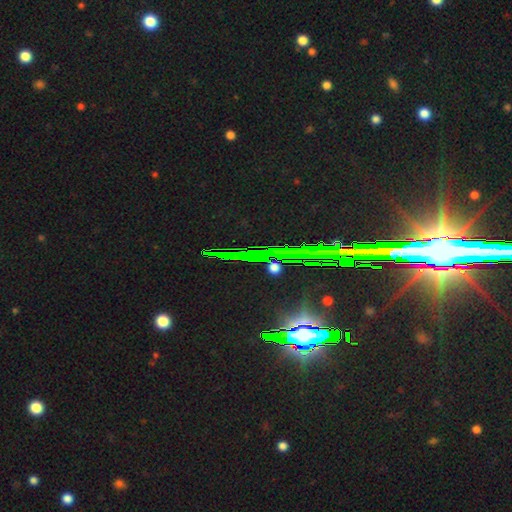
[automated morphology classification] The model was most divided on "smooth or featured": star or artifact: 84%, featured or disk: 9%, smooth: 7%.